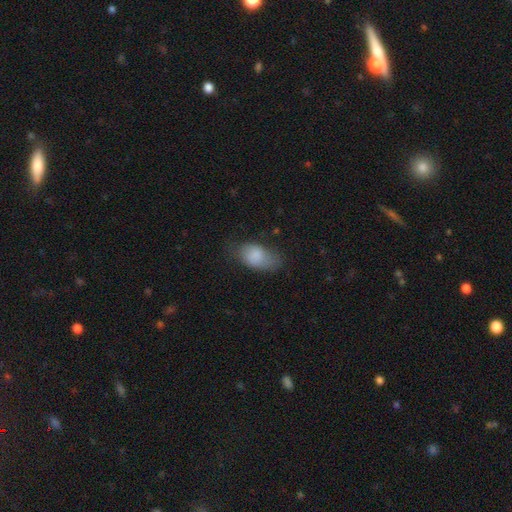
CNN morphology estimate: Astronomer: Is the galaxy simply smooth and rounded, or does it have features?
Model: smooth — 83%.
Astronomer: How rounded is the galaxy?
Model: in between — 91%.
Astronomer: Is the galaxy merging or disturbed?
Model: none — 55% (runner-up: minor disturbance, 31%).